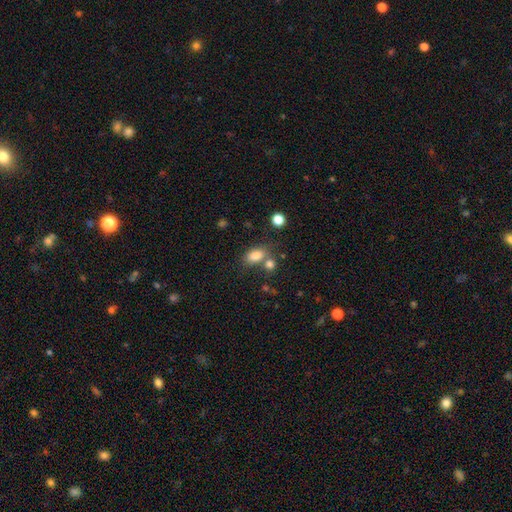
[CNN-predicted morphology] This appears to be a smooth galaxy with no disk features (82%) that is in between round and cigar-shaped (85%). Merging: none (55%).